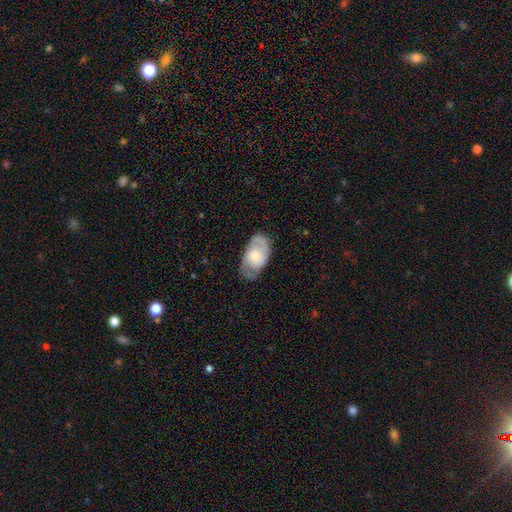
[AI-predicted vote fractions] A featured or disk galaxy (53%).

Vote fractions:
- Smooth or featured? featured or disk: 53% / smooth: 41% / star or artifact: 6%
- Edge-on disk? no: 93% / yes: 7%
- Merging? none: 69% / minor disturbance: 21% / major disturbance: 9% / merger: 1%